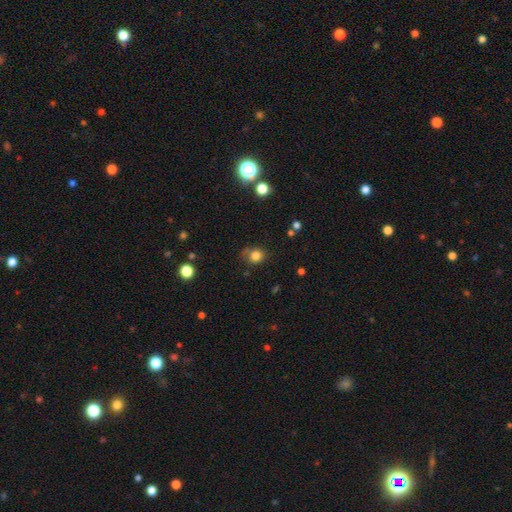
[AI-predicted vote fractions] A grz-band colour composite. It shows a smooth galaxy with no disk features (81%) that is round (74%). Merging: none (70%).